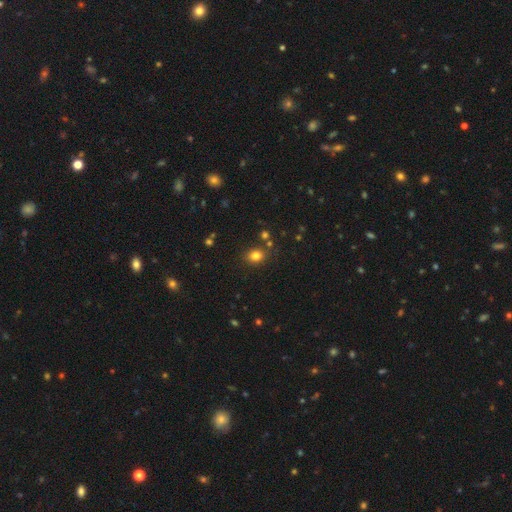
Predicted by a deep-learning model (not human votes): Smooth or featured? smooth (80%)
How rounded? round (51%)
Merging? none (80%)